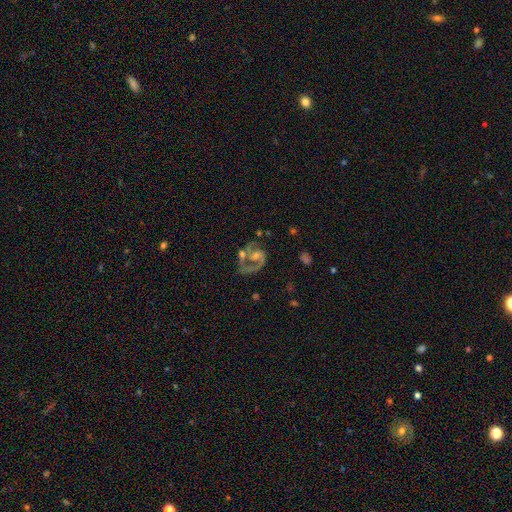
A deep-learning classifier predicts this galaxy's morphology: smooth-or-featured: featured or disk: 82% | smooth: 11% | star or artifact: 7%
  disk-edge-on: no: 98% | yes: 2%
    bar: no: 51% | weak: 38% | strong: 12%
    has-spiral-arms: yes: 88% | no: 12%
      spiral-winding: medium: 51% | tight: 25% | loose: 24%
      spiral-arm-count: 2: 56% | 1: 35% | can't tell: 5% | 3: 2% | 4: 1% | more than 4: 1%
    bulge-size: moderate: 41% | small: 36% | none: 14% | large: 7% | dominant: 2%
  merging: none: 38% | major disturbance: 26% | merger: 20% | minor disturbance: 16%